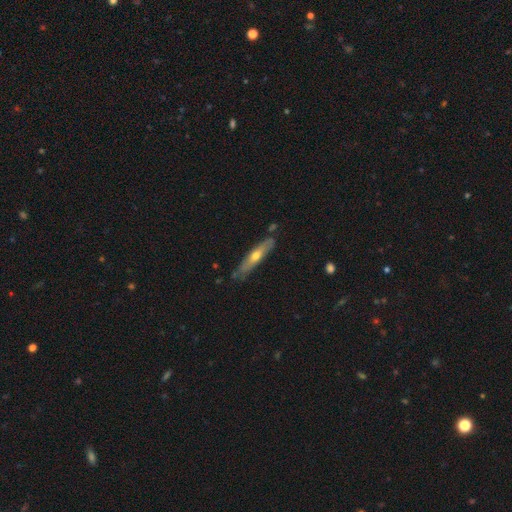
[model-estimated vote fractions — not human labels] Q: Smooth or featured?
A: featured or disk (53%); runner-up: smooth (42%)
Q: Edge-on disk?
A: yes (75%); runner-up: no (25%)
Q: Merging?
A: none (75%); runner-up: minor disturbance (18%)